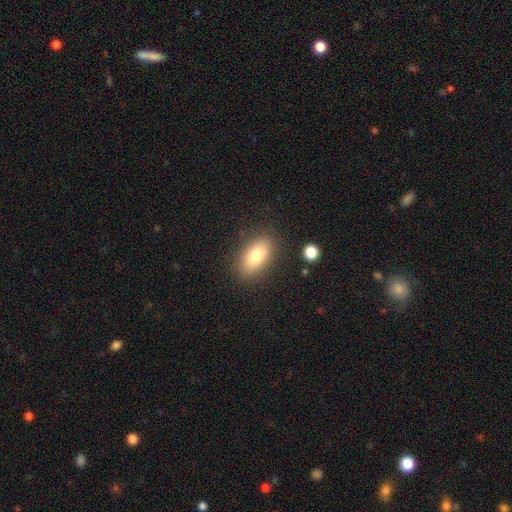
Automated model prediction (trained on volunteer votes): Q: Smooth or featured?
A: smooth (78%); runner-up: featured or disk (14%)
Q: How rounded?
A: in between (90%); runner-up: round (6%)
Q: Merging?
A: none (84%); runner-up: minor disturbance (11%)